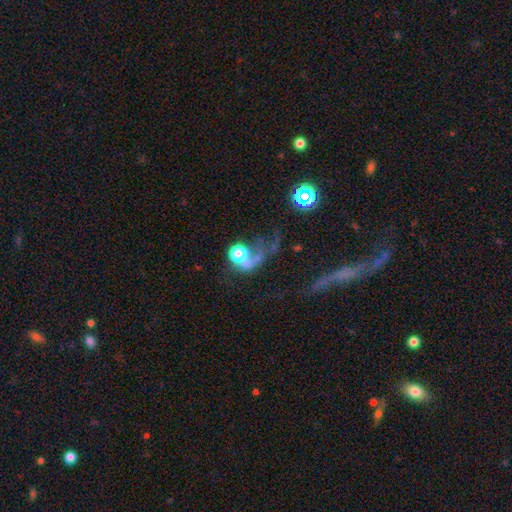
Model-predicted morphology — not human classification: Smooth or featured? featured or disk (45%)
Merging? major disturbance (49%)